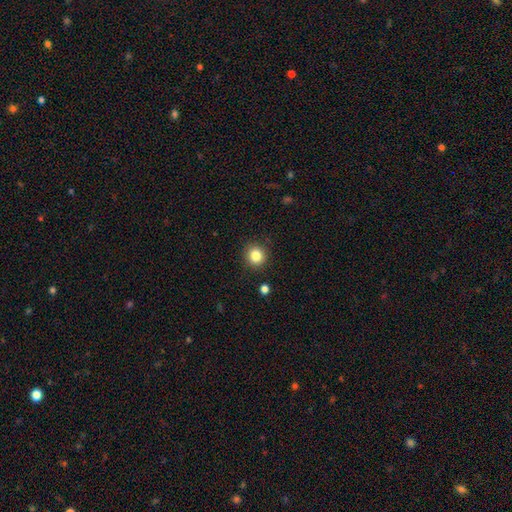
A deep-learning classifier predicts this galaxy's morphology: smooth 83%, star or artifact 11%, featured or disk 6%. Down the decision tree: how rounded — round (89%); merging — none (89%).